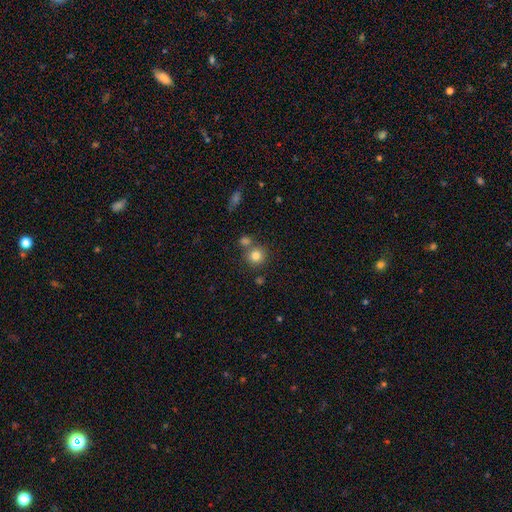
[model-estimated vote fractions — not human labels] smooth_or_featured: smooth (p=0.81) [alt: star or artifact p=0.11]
how_rounded: round (p=0.91) [alt: in between p=0.08]
merging: none (p=0.69) [alt: merger p=0.19]